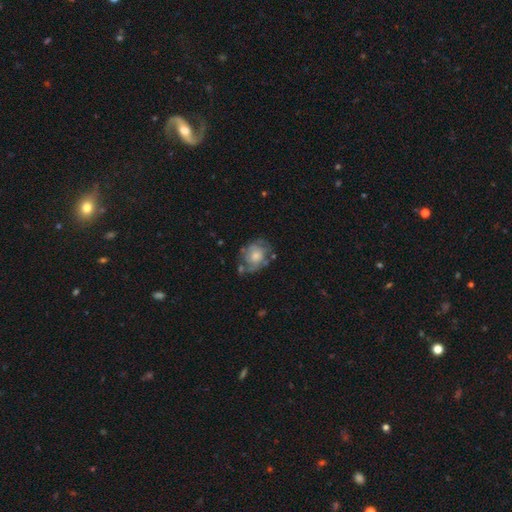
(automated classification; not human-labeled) featured or disk 54%, smooth 39%, star or artifact 7%. Down the decision tree: edge-on disk — no (97%); bar — no (83%); spiral arms — yes (55%); bulge size — moderate (47%); merging — none (50%).